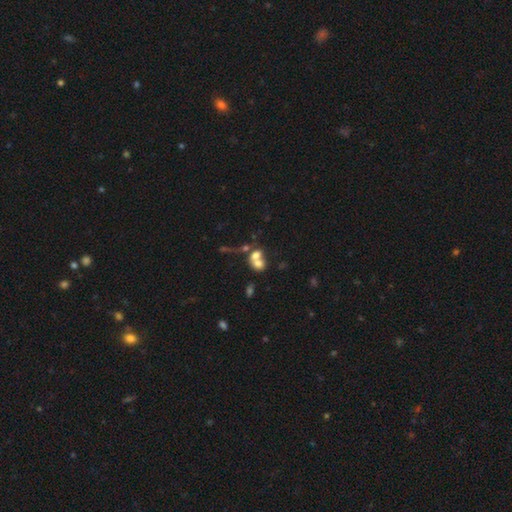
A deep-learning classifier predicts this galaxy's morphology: A smooth galaxy with no disk features (62%) that is in between round and cigar-shaped (51%). Merging: merger (68%).